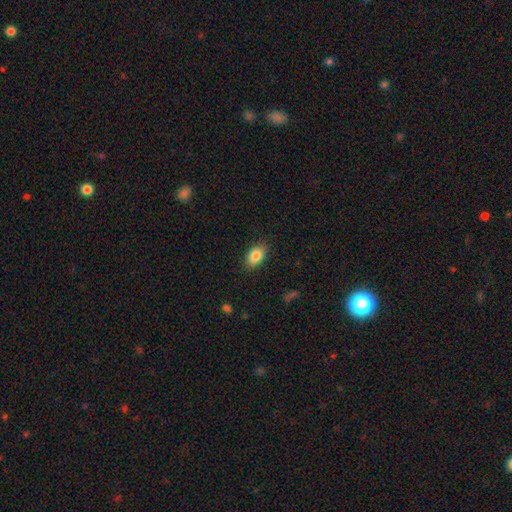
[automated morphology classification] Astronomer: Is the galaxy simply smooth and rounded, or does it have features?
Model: smooth — 85%.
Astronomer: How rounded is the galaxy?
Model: in between — 90%.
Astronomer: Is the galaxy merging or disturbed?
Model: none — 85%.